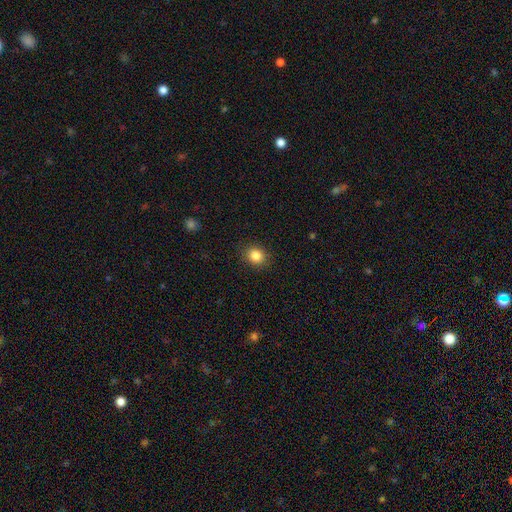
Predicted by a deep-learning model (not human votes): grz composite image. It shows a smooth galaxy with no disk features (85%) that is round (68%). Merging: none (89%).